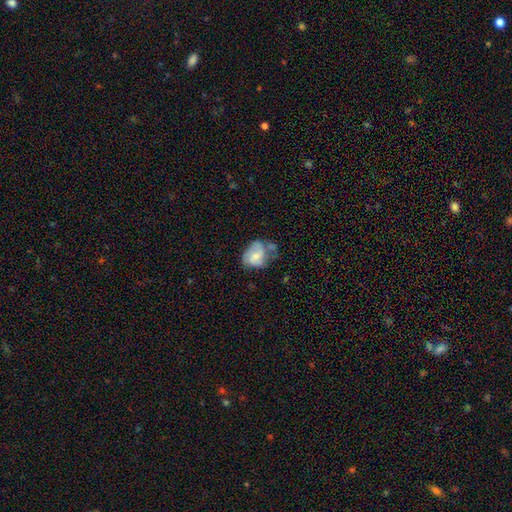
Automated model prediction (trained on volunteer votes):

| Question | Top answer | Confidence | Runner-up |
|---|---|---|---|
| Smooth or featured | smooth | 49% | featured or disk (43%) |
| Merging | minor disturbance | 34% | none (33%) |